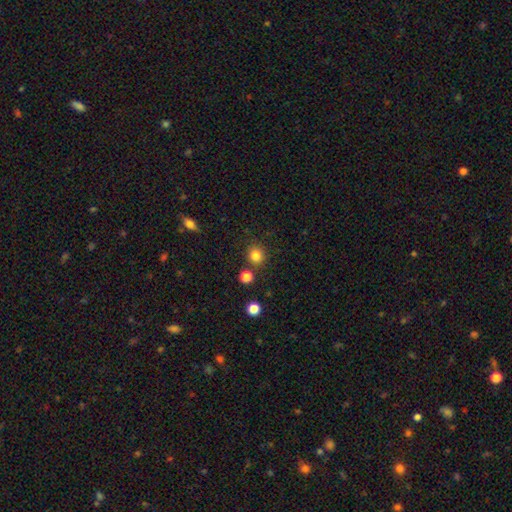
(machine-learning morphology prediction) Smooth or featured: smooth — 82% (star or artifact — 13%)
How rounded: round — 86% (in between — 13%)
Merging: none — 83% (minor disturbance — 8%)